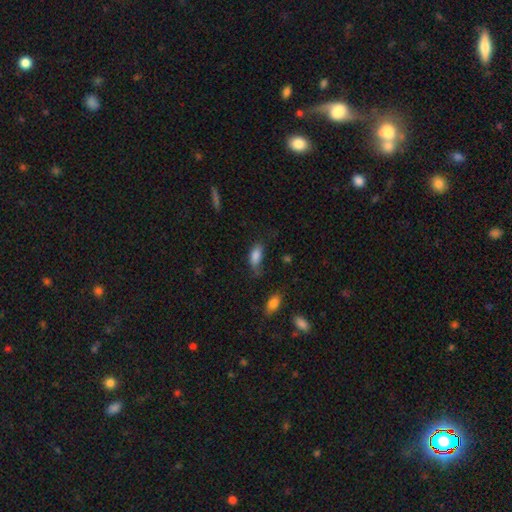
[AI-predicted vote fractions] The model was most divided on "merging": none: 50%, minor disturbance: 33%, major disturbance: 14%, merger: 3%. More confident: how rounded — in between (88%); smooth or featured — smooth (84%).